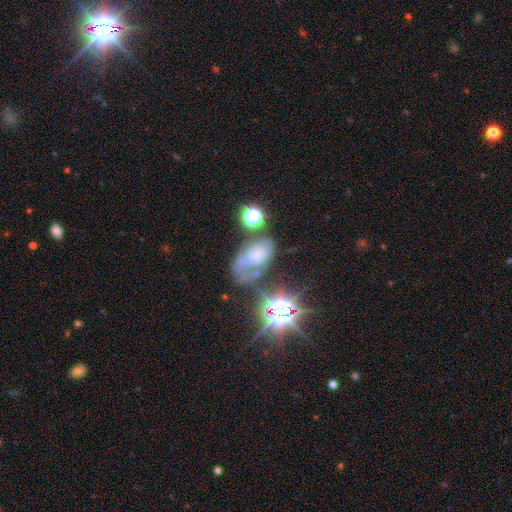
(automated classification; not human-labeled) smooth-or-featured: smooth: 38% | featured or disk: 35% | star or artifact: 27%
  merging: none: 34% | major disturbance: 25% | minor disturbance: 24% | merger: 17%